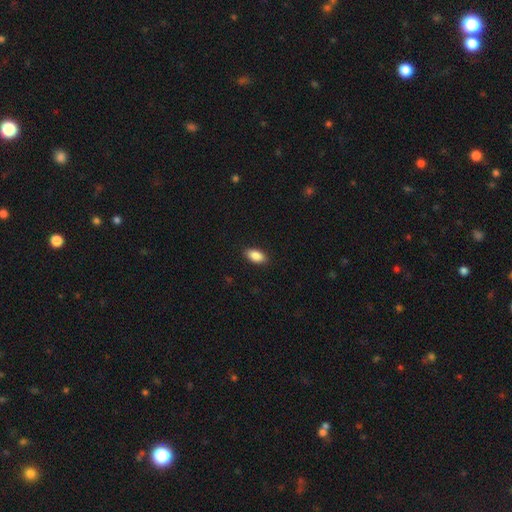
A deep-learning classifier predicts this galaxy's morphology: type=smooth (88%); roundness=in between (92%); merging=none (89%).